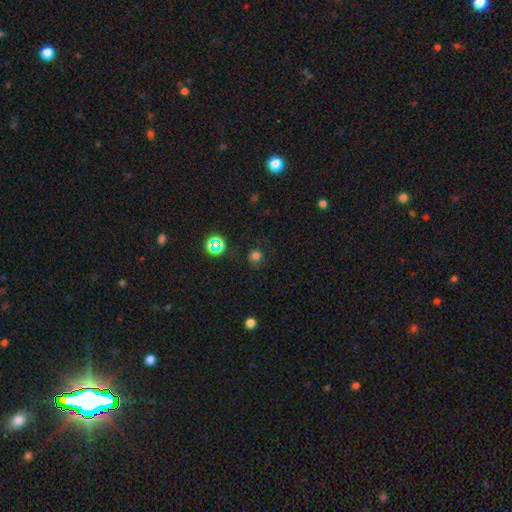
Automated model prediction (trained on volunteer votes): smooth-or-featured: smooth: 72% | star or artifact: 22% | featured or disk: 6%
  how-rounded: round: 92% | in between: 7% | cigar-shaped: 1%
  merging: none: 84% | minor disturbance: 10% | major disturbance: 4% | merger: 2%